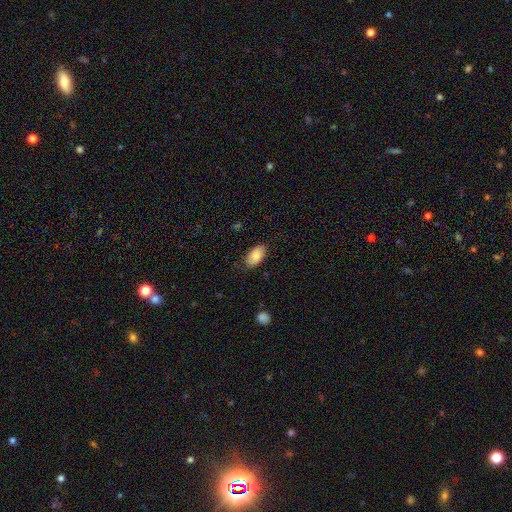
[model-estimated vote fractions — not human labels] Q: Smooth or featured?
A: smooth (81%); runner-up: featured or disk (12%)
Q: How rounded?
A: in between (94%); runner-up: round (4%)
Q: Merging?
A: none (79%); runner-up: minor disturbance (17%)